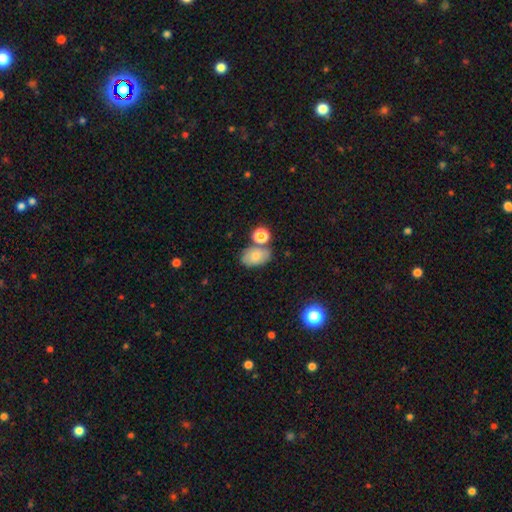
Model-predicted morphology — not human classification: smooth_or_featured: smooth (p=0.73) [alt: featured or disk p=0.17]
how_rounded: in between (p=0.86) [alt: round p=0.13]
merging: none (p=0.60) [alt: merger p=0.18]